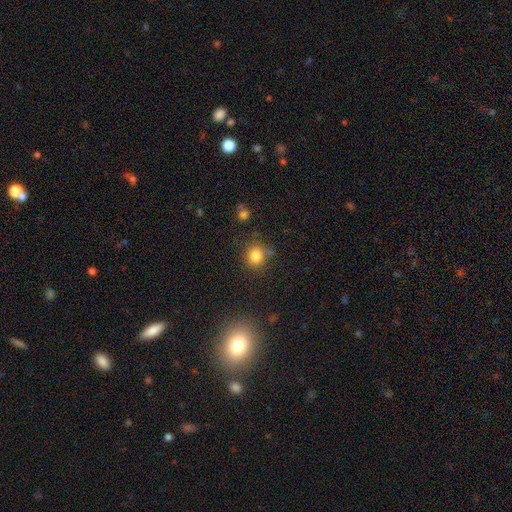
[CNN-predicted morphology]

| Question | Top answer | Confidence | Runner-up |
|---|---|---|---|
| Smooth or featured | smooth | 82% | star or artifact (12%) |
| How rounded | round | 83% | in between (16%) |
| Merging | none | 73% | minor disturbance (14%) |